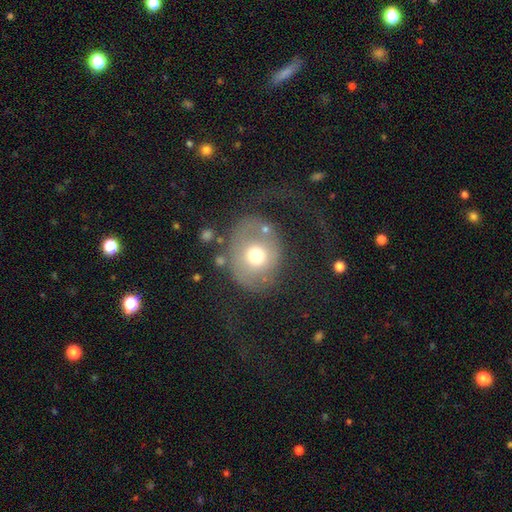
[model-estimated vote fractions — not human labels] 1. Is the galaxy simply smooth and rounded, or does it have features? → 58% smooth, 31% featured or disk, 11% star or artifact.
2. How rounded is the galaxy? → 70% round, 29% in between, 1% cigar-shaped.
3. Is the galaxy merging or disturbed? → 56% none, 20% major disturbance, 19% minor disturbance, 5% merger.